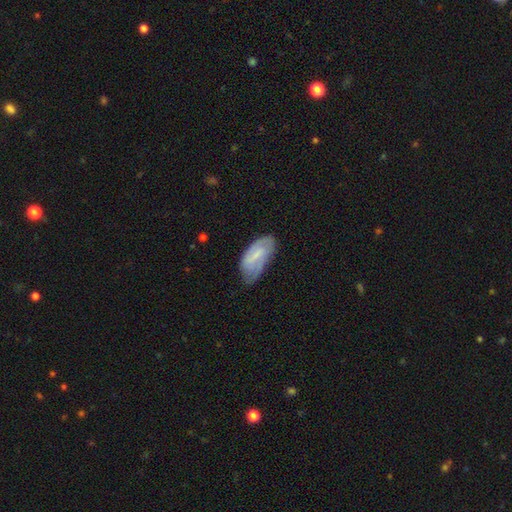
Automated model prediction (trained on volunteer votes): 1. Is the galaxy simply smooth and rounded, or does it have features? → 51% smooth, 42% featured or disk, 7% star or artifact.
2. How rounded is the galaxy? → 91% in between, 7% cigar-shaped, 2% round.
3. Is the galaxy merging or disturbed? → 53% none, 35% minor disturbance, 11% major disturbance, 2% merger.